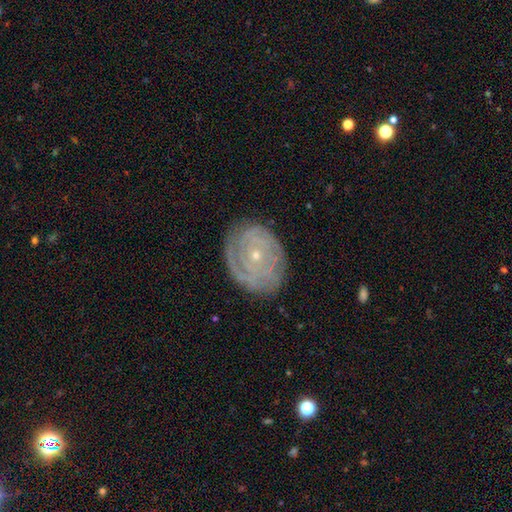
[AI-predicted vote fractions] Overall: featured or disk (78%). Edge-on disk: no (96%). Bar: no (81%). Spiral arms: yes (88%). Spiral arm count: can't tell (44%; 2 20%). Spiral winding: tight (79%). Bulge size: small (77%). Merging: none (77%).